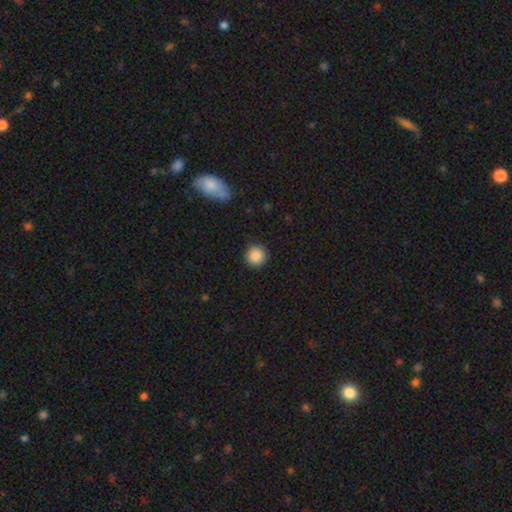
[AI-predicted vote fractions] smooth_or_featured: smooth (p=0.88) [alt: star or artifact p=0.09]
how_rounded: round (p=0.95) [alt: in between p=0.04]
merging: none (p=0.92) [alt: minor disturbance p=0.05]